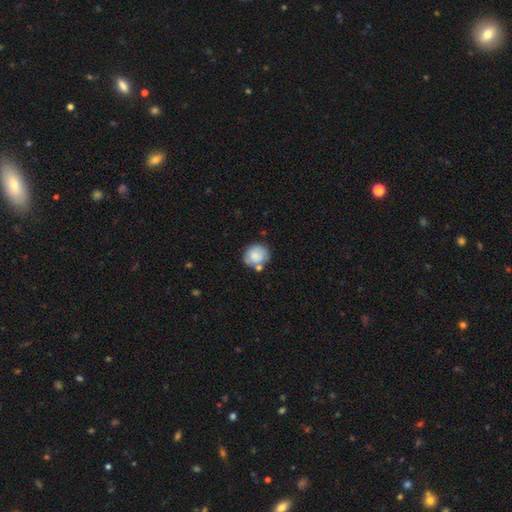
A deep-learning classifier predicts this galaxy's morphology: smooth_or_featured: smooth (p=0.78) [alt: featured or disk p=0.15]
how_rounded: round (p=0.75) [alt: in between p=0.25]
merging: none (p=0.61) [alt: minor disturbance p=0.19]